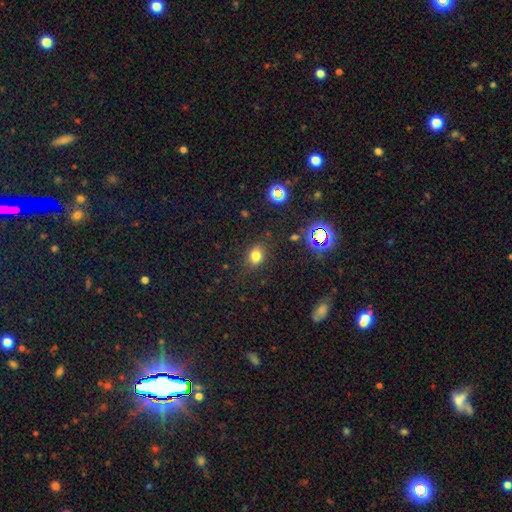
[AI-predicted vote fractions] Morphology: type=smooth (75%); roundness=round (50%); merging=none (81%).